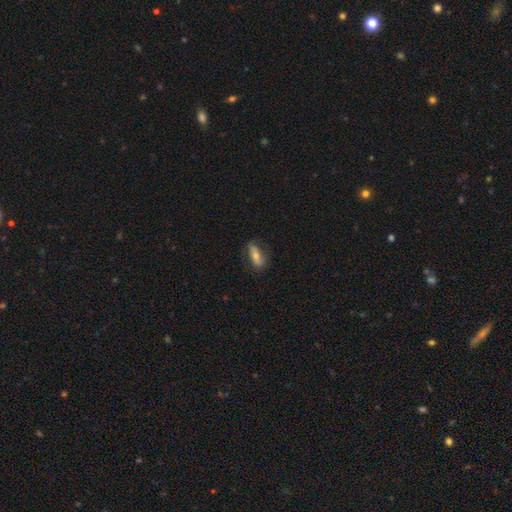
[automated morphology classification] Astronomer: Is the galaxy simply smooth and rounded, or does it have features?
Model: smooth — 48% (runner-up: featured or disk, 44%).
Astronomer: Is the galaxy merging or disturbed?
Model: none — 73%.